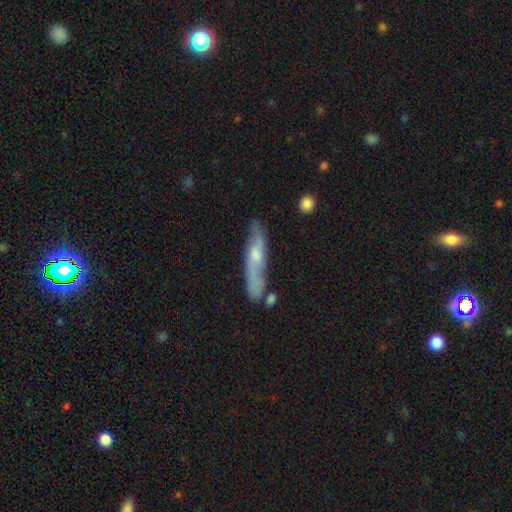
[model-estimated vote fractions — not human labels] Smooth or featured? featured or disk (53%)
Edge-on disk? yes (63%)
Merging? none (67%)